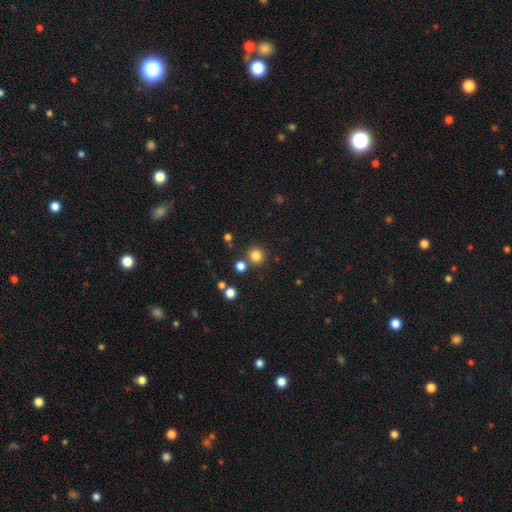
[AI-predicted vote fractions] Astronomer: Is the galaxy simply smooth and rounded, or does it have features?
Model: smooth — 81%.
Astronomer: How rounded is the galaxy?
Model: round — 93%.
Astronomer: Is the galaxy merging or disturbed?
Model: none — 82%.